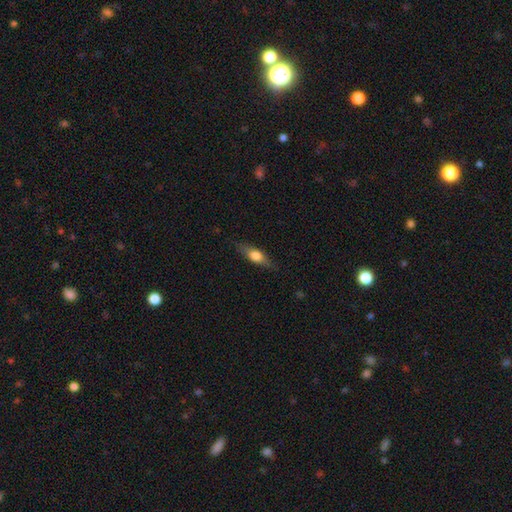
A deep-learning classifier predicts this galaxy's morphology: Overall: smooth (52%; featured or disk 42%). How rounded: cigar-shaped (48%; in between 47%). Merging: none (83%).